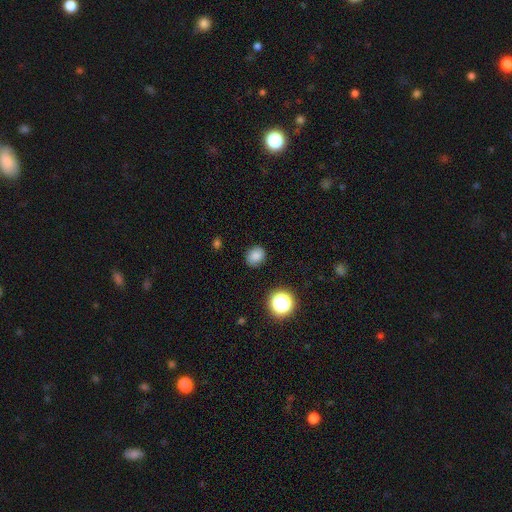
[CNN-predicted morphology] The model was most divided on "how rounded": round: 65%, in between: 34%, cigar-shaped: 1%. More confident: merging — none (84%); smooth or featured — smooth (80%).